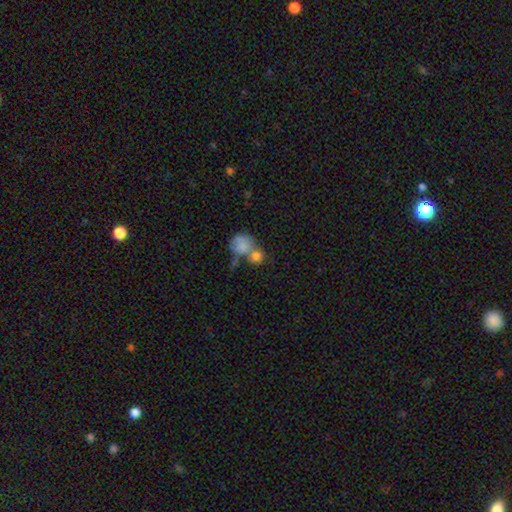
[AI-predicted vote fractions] Smooth or featured? smooth (77%)
How rounded? round (74%)
Merging? merger (56%)